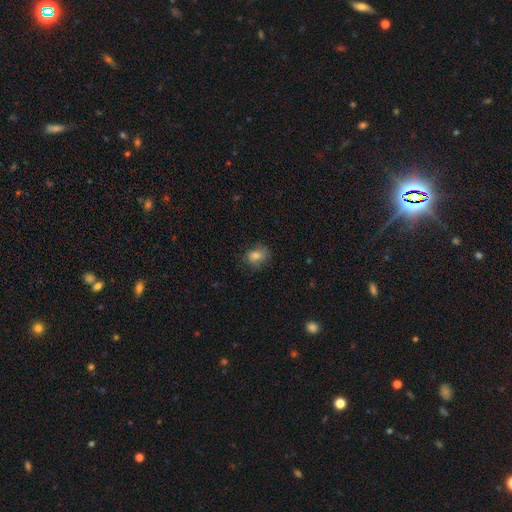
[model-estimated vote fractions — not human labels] Q: Smooth or featured?
A: smooth (75%); runner-up: featured or disk (15%)
Q: How rounded?
A: round (52%); runner-up: in between (47%)
Q: Merging?
A: none (67%); runner-up: minor disturbance (23%)